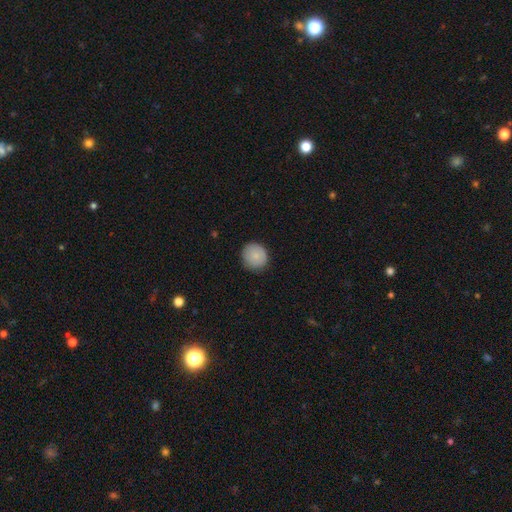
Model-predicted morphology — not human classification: This appears to be a smooth galaxy with no disk features (86%) that is round (90%). Merging: none (86%).